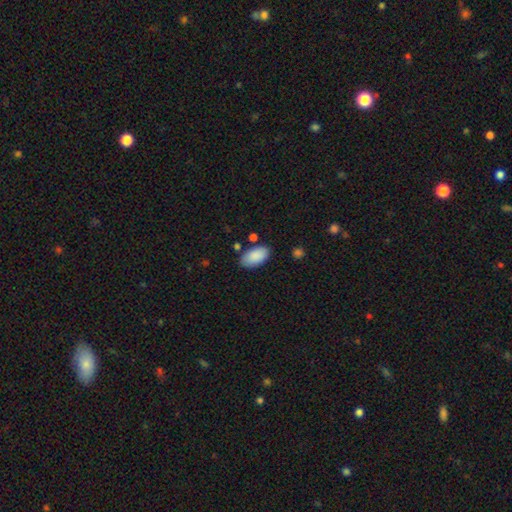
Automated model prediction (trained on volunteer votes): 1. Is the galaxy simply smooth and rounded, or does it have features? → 89% smooth, 6% star or artifact, 5% featured or disk.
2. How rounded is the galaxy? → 95% in between, 3% round, 2% cigar-shaped.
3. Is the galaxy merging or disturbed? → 80% none, 13% minor disturbance, 4% merger, 3% major disturbance.